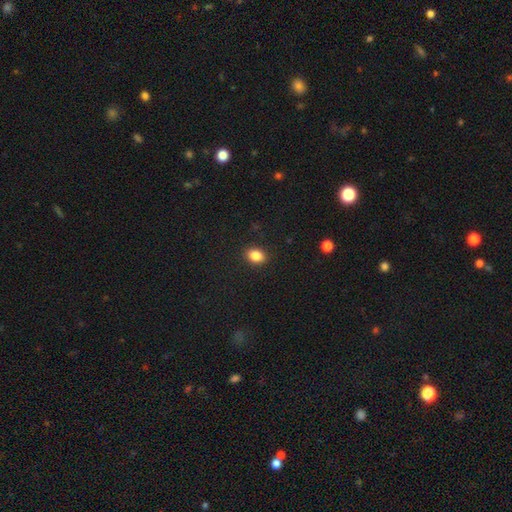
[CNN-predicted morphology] A smooth galaxy with no disk features (86%) that is in between round and cigar-shaped (65%).

Vote fractions:
- Smooth or featured? smooth: 86% / star or artifact: 9% / featured or disk: 5%
- How rounded? in between: 65% / round: 34% / cigar-shaped: 1%
- Merging? none: 89% / minor disturbance: 8% / major disturbance: 2% / merger: 1%